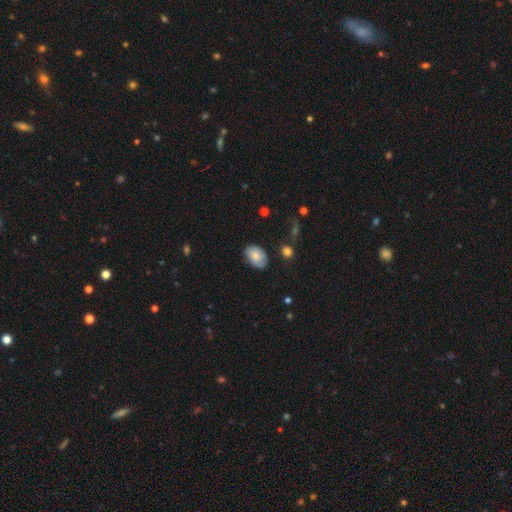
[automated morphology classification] Q: Smooth or featured?
A: smooth (75%); runner-up: featured or disk (18%)
Q: How rounded?
A: in between (88%); runner-up: round (11%)
Q: Merging?
A: none (70%); runner-up: minor disturbance (23%)